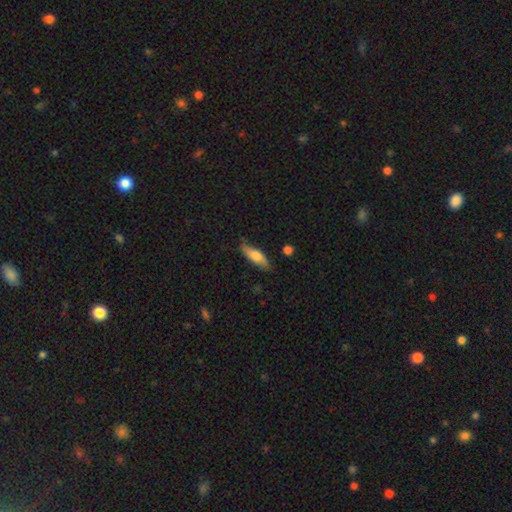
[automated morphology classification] Smooth or featured? Predicted: smooth (p=0.72). How rounded? Predicted: in between (p=0.53). Merging? Predicted: none (p=0.75).